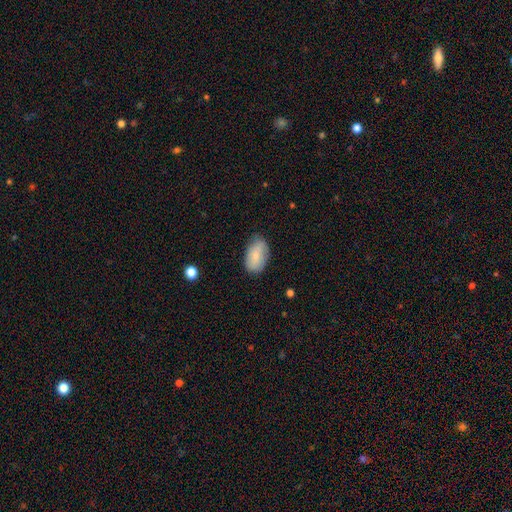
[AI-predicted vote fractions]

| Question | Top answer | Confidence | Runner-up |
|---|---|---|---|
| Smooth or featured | smooth | 81% | featured or disk (12%) |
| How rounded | in between | 93% | round (5%) |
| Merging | none | 75% | minor disturbance (20%) |